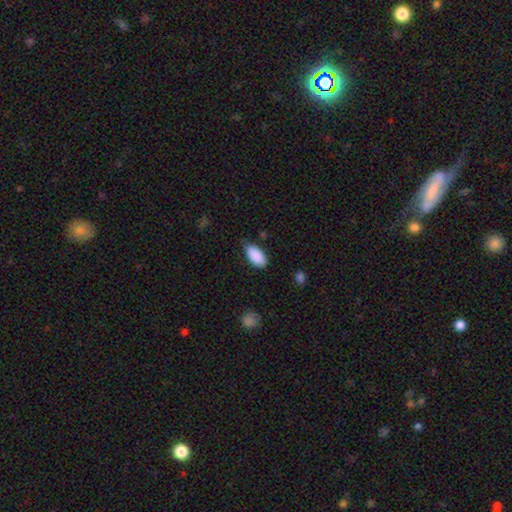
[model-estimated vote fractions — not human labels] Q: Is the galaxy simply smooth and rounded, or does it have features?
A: smooth — 90%.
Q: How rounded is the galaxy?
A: in between — 94%.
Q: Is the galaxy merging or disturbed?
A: none — 76%.